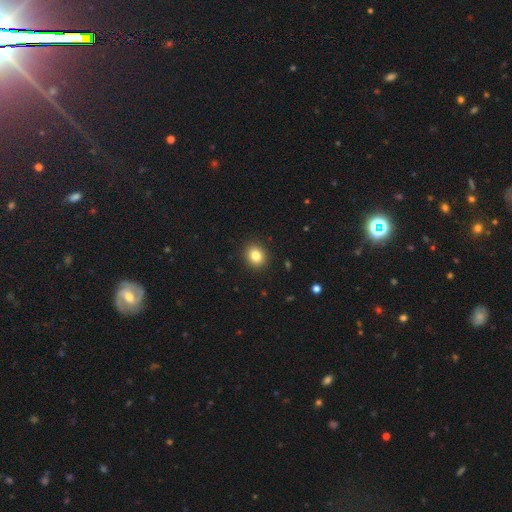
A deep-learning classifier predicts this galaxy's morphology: A smooth galaxy with no disk features (84%) that is round (70%).

Vote fractions:
- Smooth or featured? smooth: 84% / star or artifact: 10% / featured or disk: 6%
- How rounded? round: 70% / in between: 30% / cigar-shaped: 1%
- Merging? none: 91% / minor disturbance: 6% / major disturbance: 2% / merger: 1%